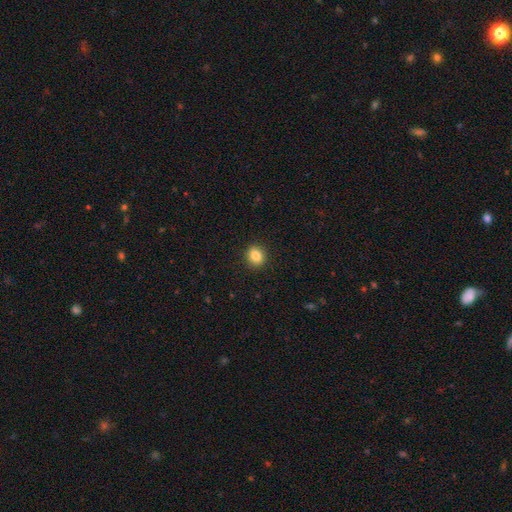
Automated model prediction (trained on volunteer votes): smooth-or-featured: smooth: 85% | star or artifact: 10% | featured or disk: 5%
  how-rounded: round: 64% | in between: 35% | cigar-shaped: 1%
  merging: none: 91% | minor disturbance: 6% | major disturbance: 2% | merger: 1%